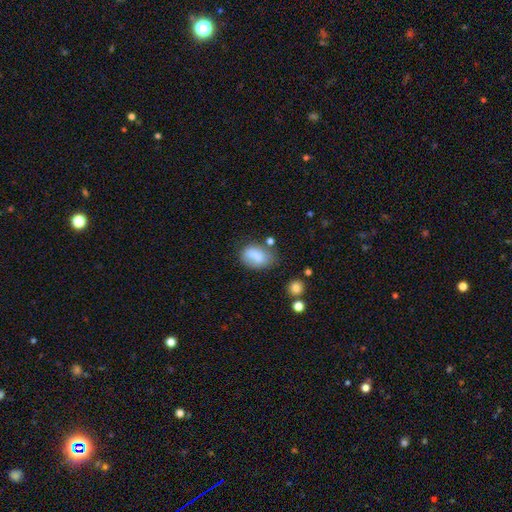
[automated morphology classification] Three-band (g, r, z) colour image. It shows a smooth galaxy with no disk features (78%) that is in between round and cigar-shaped (79%). Merging: none (53%).